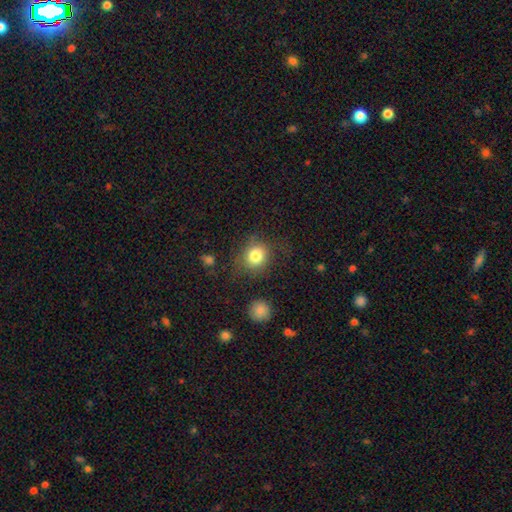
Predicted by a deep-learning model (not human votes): The model was most divided on "merging": none: 73%, minor disturbance: 15%, major disturbance: 9%, merger: 3%. More confident: smooth or featured — smooth (82%); how rounded — round (81%).